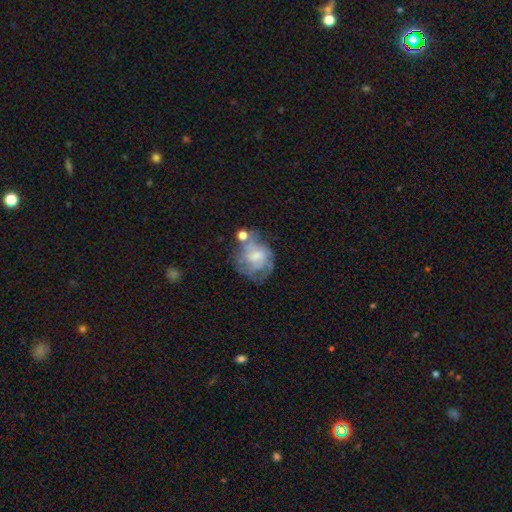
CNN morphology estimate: Smooth or featured? featured or disk (59%)
Edge-on disk? no (98%)
Bar? no (54%)
Spiral arms? yes (64%)
Bulge size? moderate (33%)
Merging? none (38%)